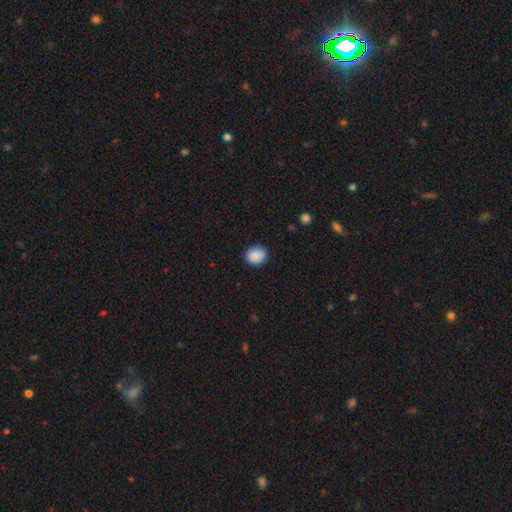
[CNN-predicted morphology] type=smooth (89%); roundness=round (71%); merging=none (87%).